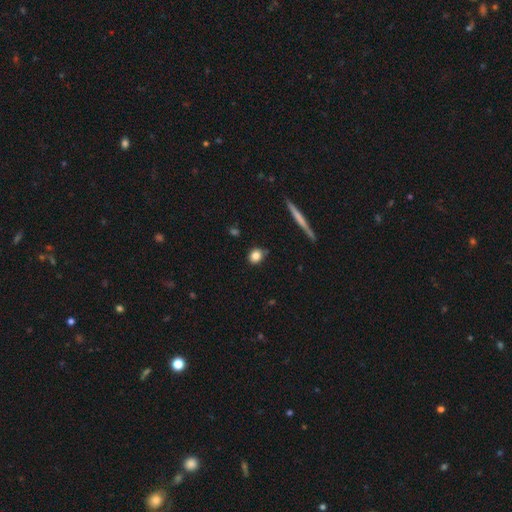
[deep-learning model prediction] Smooth or featured?
  - smooth: 83% *
  - star or artifact: 9%
  - featured or disk: 8%
How rounded?
  - round: 64% *
  - in between: 33%
  - cigar-shaped: 4%
Merging?
  - none: 83% *
  - minor disturbance: 12%
  - merger: 3%
  - major disturbance: 3%